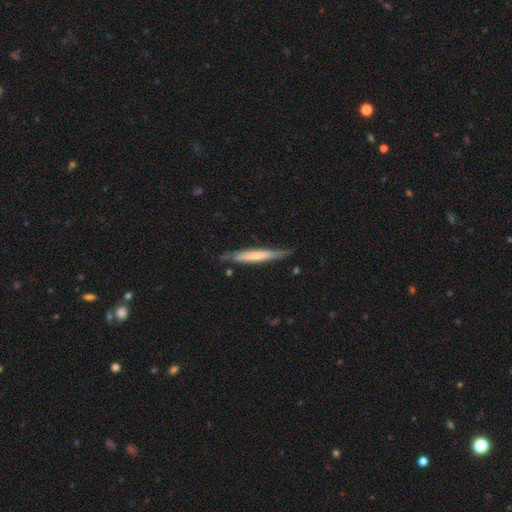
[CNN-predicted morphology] A smooth galaxy with no disk features (49%).

Vote fractions:
- Smooth or featured? smooth: 49% / featured or disk: 46% / star or artifact: 5%
- Merging? none: 78% / minor disturbance: 17% / major disturbance: 3% / merger: 2%